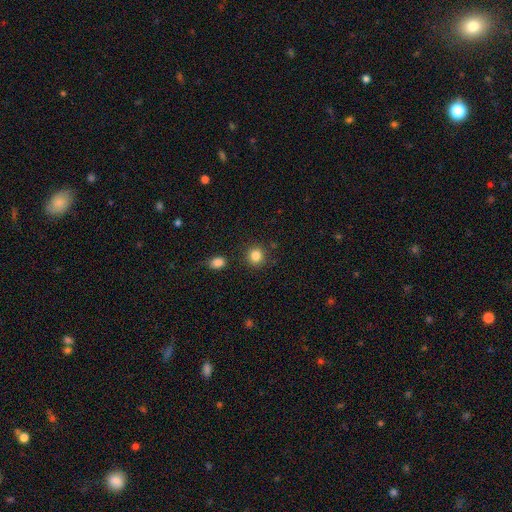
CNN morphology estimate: smooth 84%, star or artifact 11%, featured or disk 5%. Down the decision tree: how rounded — round (88%); merging — none (86%).